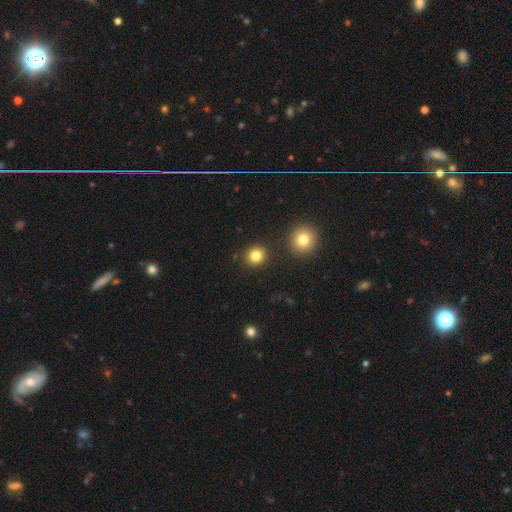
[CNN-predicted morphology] smooth_or_featured: smooth (p=0.82) [alt: star or artifact p=0.12]
how_rounded: round (p=0.88) [alt: in between p=0.11]
merging: none (p=0.88) [alt: minor disturbance p=0.06]